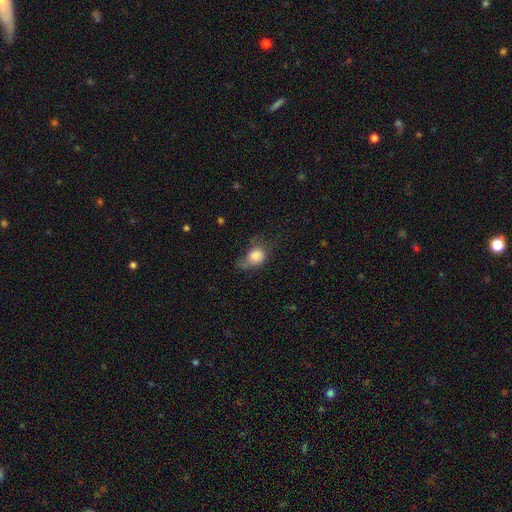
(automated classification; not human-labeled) Smooth or featured: smooth — 76% (featured or disk — 15%)
How rounded: in between — 55% (round — 44%)
Merging: major disturbance — 35% (minor disturbance — 33%)